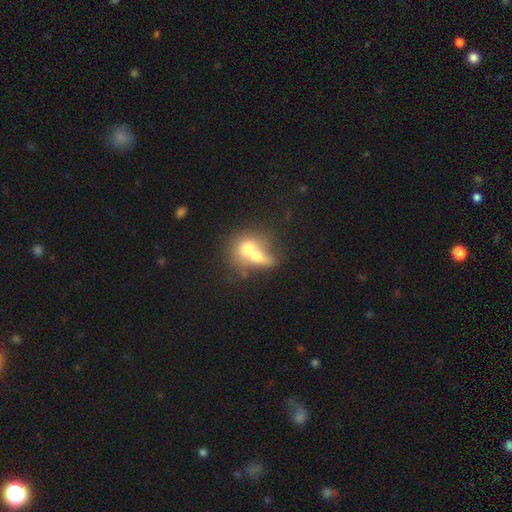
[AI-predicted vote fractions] Smooth or featured: smooth — 61% (featured or disk — 30%)
How rounded: round — 47% (tied with in between — 47%)
Merging: merger — 74% (none — 15%)